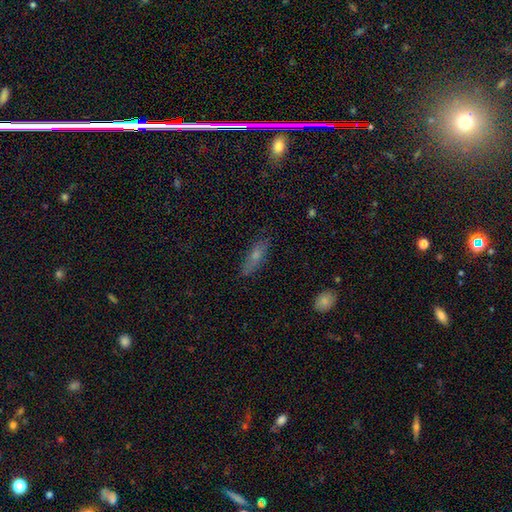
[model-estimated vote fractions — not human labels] smooth_or_featured: smooth (p=0.60) [alt: featured or disk p=0.29]
how_rounded: cigar-shaped (p=0.53) [alt: in between p=0.44]
merging: none (p=0.79) [alt: minor disturbance p=0.16]